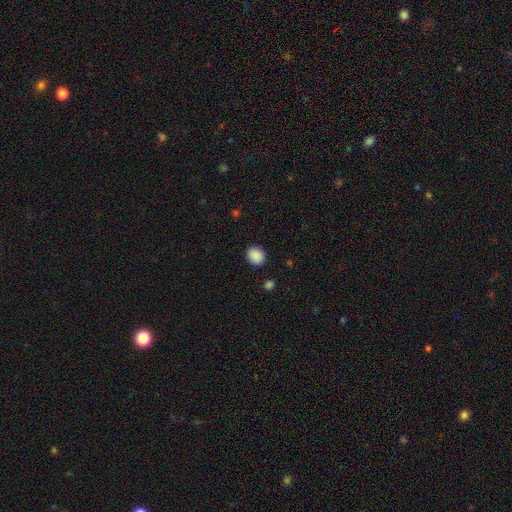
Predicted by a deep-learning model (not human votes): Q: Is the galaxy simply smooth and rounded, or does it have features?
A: smooth — 89%.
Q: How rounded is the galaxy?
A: round — 64%.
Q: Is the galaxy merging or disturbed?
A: none — 89%.